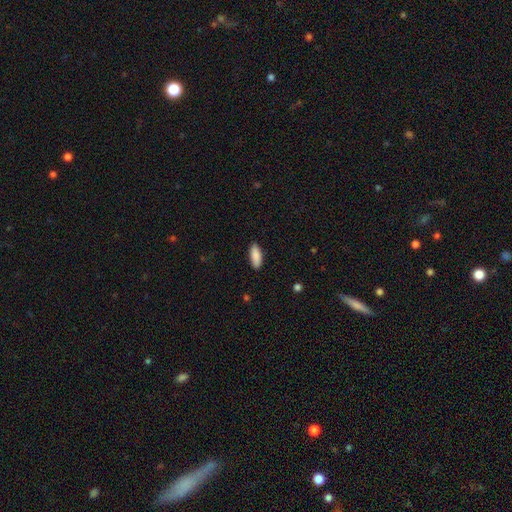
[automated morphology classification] This appears to be a smooth galaxy with no disk features (89%) that is in between round and cigar-shaped (76%). Merging: none (88%).